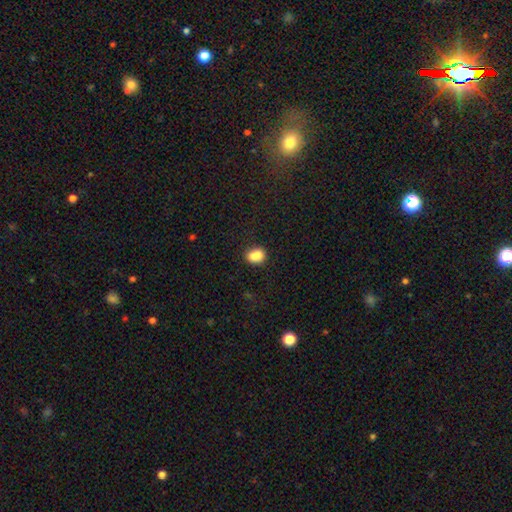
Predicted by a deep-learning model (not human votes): The model was most divided on "how rounded": in between: 60%, round: 38%, cigar-shaped: 2%. More confident: smooth or featured — smooth (83%); merging — none (59%).